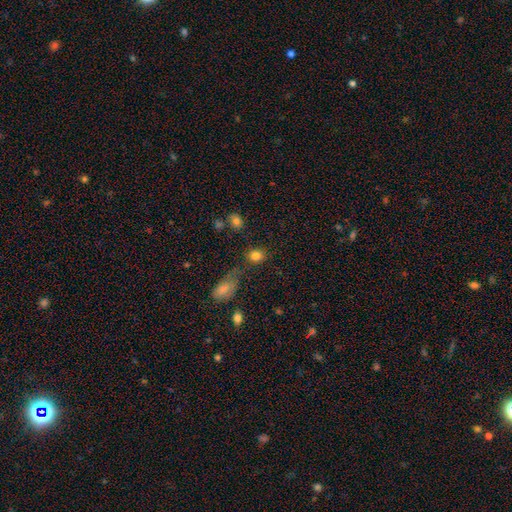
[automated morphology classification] smooth_or_featured: smooth (p=0.84) [alt: star or artifact p=0.10]
how_rounded: round (p=0.67) [alt: in between p=0.32]
merging: none (p=0.77) [alt: minor disturbance p=0.12]